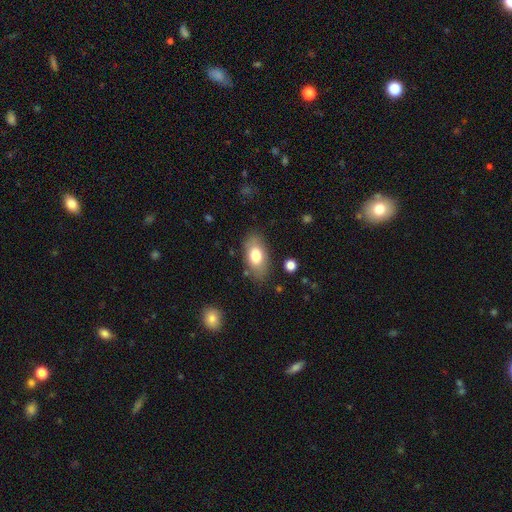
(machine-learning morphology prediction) A smooth galaxy with no disk features (75%) that is in between round and cigar-shaped (90%).

Vote fractions:
- Smooth or featured? smooth: 75% / featured or disk: 19% / star or artifact: 7%
- How rounded? in between: 90% / round: 6% / cigar-shaped: 4%
- Merging? none: 79% / minor disturbance: 15% / major disturbance: 4% / merger: 2%